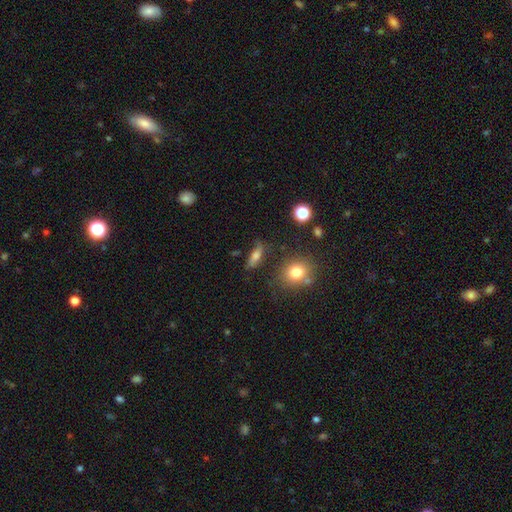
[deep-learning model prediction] Smooth or featured?
  - smooth: 60% *
  - featured or disk: 26%
  - star or artifact: 14%
How rounded?
  - in between: 49% *
  - cigar-shaped: 40%
  - round: 11%
Merging?
  - none: 65% *
  - minor disturbance: 21%
  - major disturbance: 9%
  - merger: 5%